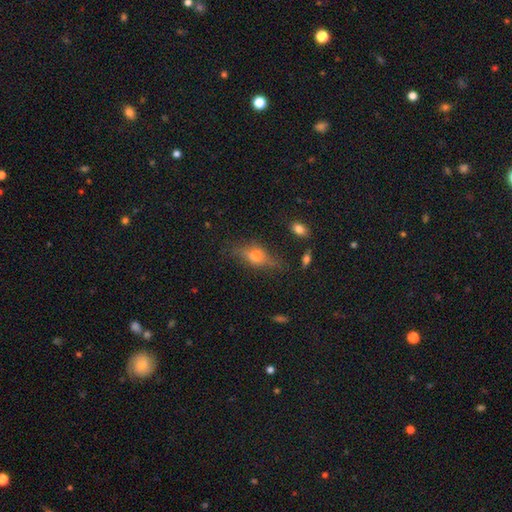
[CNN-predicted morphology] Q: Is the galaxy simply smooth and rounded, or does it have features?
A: featured or disk — 48%.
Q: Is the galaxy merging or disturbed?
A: none — 70%.